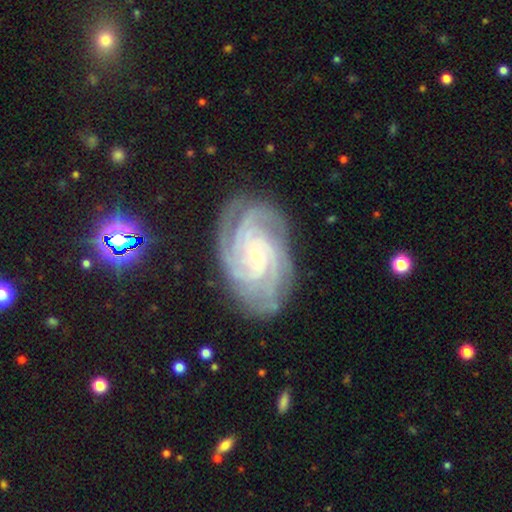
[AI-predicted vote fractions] featured or disk 90%, star or artifact 5%, smooth 4%. Down the decision tree: edge-on disk — no (97%); bar — no (64%); spiral arms — yes (99%); spiral arm count — 4 (39%); spiral winding — tight (76%); bulge size — small (80%); merging — none (81%).